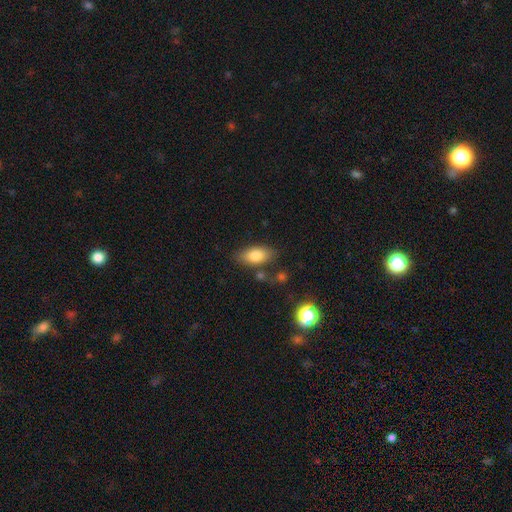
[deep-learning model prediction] Smooth or featured?
  - smooth: 81% *
  - featured or disk: 11%
  - star or artifact: 8%
How rounded?
  - in between: 88% *
  - cigar-shaped: 7%
  - round: 4%
Merging?
  - none: 74% *
  - minor disturbance: 15%
  - merger: 6%
  - major disturbance: 4%